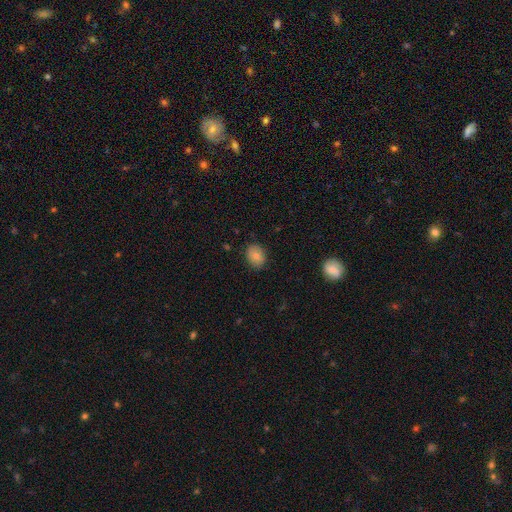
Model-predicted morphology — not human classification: This is clearly a smooth galaxy (85%). How rounded: likely in between (60%). Merging: clearly none (85%).